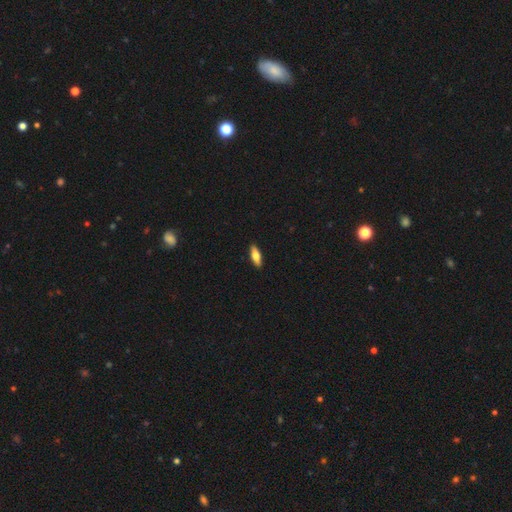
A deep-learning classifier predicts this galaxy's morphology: A smooth galaxy with no disk features (67%) that is in between round and cigar-shaped (62%). Merging: none (91%).